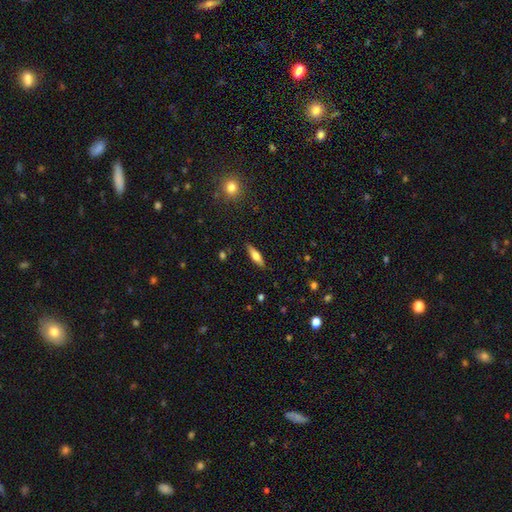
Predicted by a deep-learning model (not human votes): This is possibly a smooth galaxy (55%). How rounded: possibly cigar-shaped (60%). Merging: clearly none (88%).